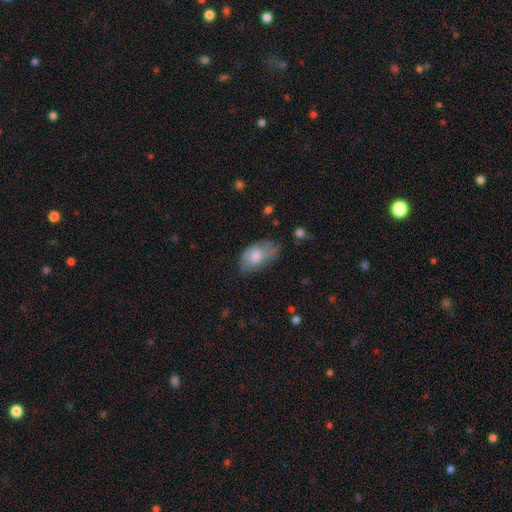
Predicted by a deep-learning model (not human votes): Smooth or featured?
  - smooth: 67% *
  - featured or disk: 26%
  - star or artifact: 7%
How rounded?
  - in between: 92% *
  - round: 6%
  - cigar-shaped: 2%
Merging?
  - none: 47% *
  - minor disturbance: 35%
  - major disturbance: 16%
  - merger: 2%